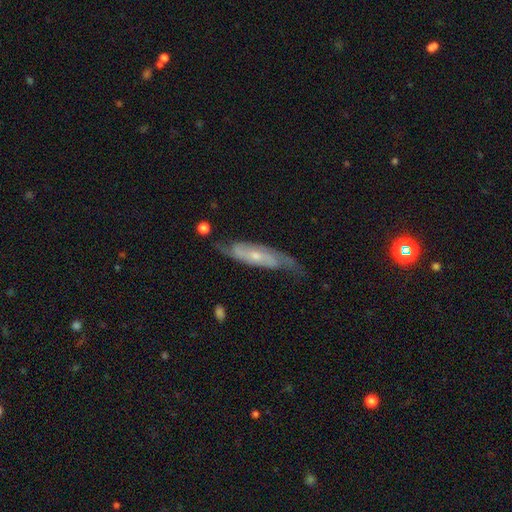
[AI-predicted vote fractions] Morphology: type=featured or disk (80%); edge-on=no (81%); bar=no (56%); spiral arms=yes (94%); winding=medium (44%); arm count=2 (78%); bulge=small (65%); merging=none (69%).